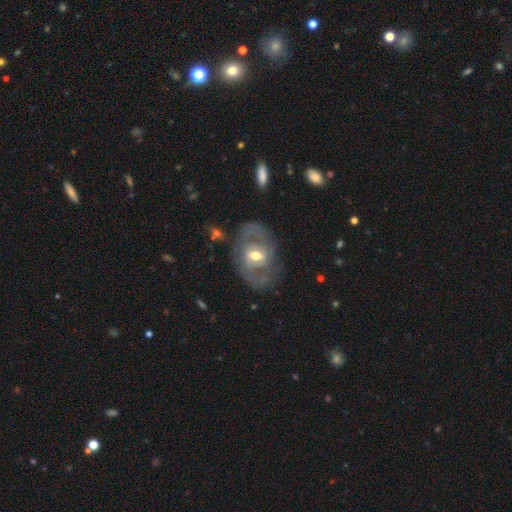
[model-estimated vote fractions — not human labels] This is likely a featured or disk galaxy (79%). It is clearly not viewed edge-on (96%). Bar: possibly weak (49%). Spiral arm pattern: clearly yes (81%). Spiral arm count: likely 2 (72%). Spiral winding: possibly medium (46%). Central bulge: likely moderate (70%). Merging: likely none (64%).